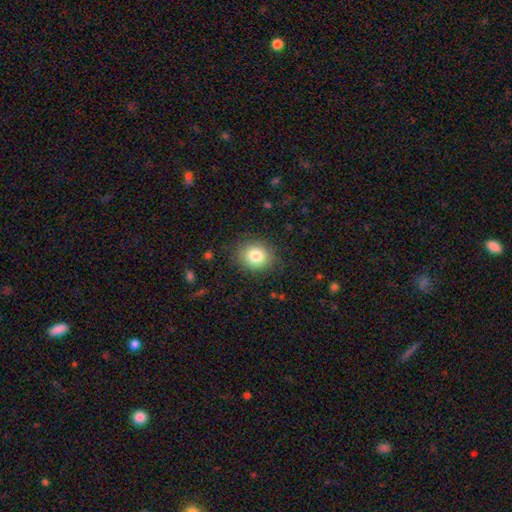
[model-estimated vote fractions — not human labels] Q: Smooth or featured?
A: smooth (82%); runner-up: star or artifact (10%)
Q: How rounded?
A: round (73%); runner-up: in between (26%)
Q: Merging?
A: none (86%); runner-up: minor disturbance (10%)